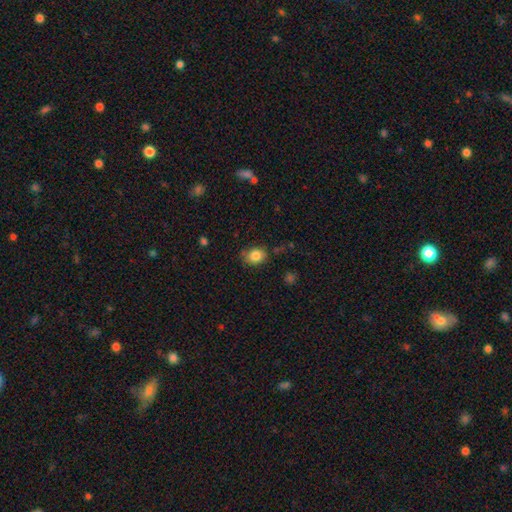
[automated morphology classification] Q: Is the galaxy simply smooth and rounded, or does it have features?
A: smooth — 84%.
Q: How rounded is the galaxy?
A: round — 50%.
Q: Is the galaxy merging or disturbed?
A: none — 74%.